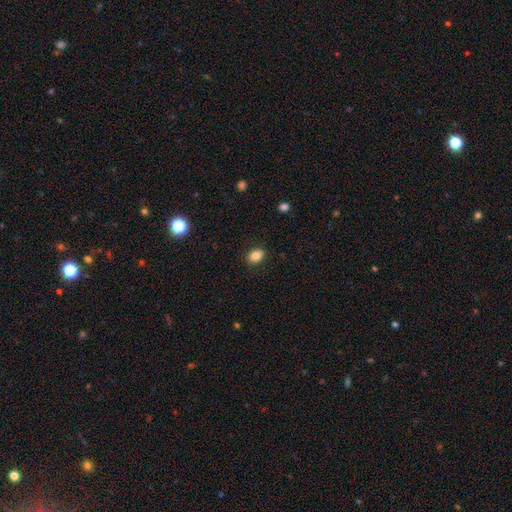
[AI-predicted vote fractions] Q: Smooth or featured?
A: smooth (83%); runner-up: star or artifact (10%)
Q: How rounded?
A: in between (73%); runner-up: round (26%)
Q: Merging?
A: none (87%); runner-up: minor disturbance (10%)